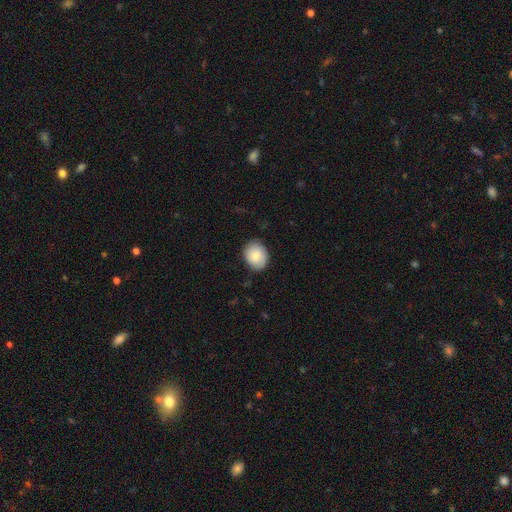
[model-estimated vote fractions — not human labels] Smooth or featured?
  - smooth: 81% *
  - featured or disk: 12%
  - star or artifact: 7%
How rounded?
  - round: 52% *
  - in between: 47%
  - cigar-shaped: 1%
Merging?
  - none: 79% *
  - minor disturbance: 17%
  - major disturbance: 3%
  - merger: 1%